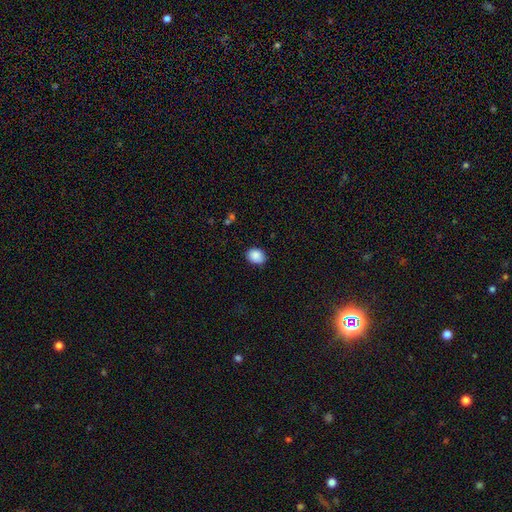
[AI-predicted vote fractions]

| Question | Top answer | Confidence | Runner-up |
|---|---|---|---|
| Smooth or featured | smooth | 88% | star or artifact (8%) |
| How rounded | in between | 54% | round (45%) |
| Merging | none | 83% | minor disturbance (14%) |